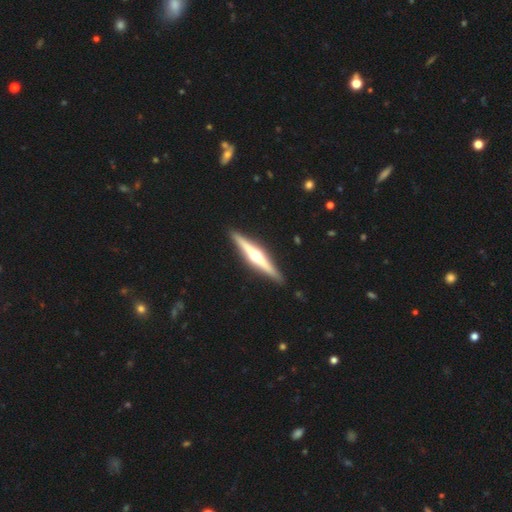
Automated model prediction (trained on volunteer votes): The model was most divided on "smooth or featured": featured or disk: 78%, smooth: 17%, star or artifact: 4%. More confident: edge-on disk — yes (98%); edge-on bulge — rounded (94%); merging — none (92%).